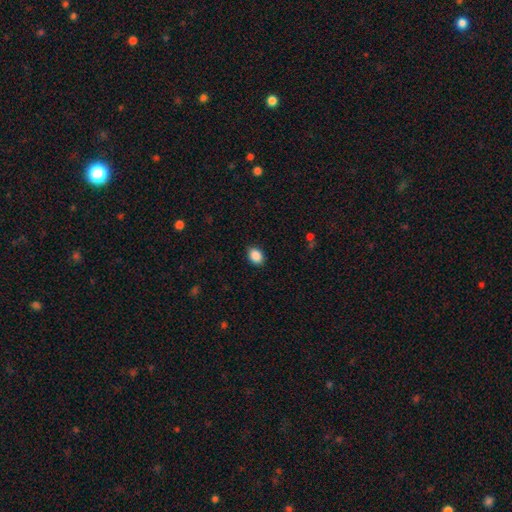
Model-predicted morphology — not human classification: Smooth or featured?
  - smooth: 88% *
  - star or artifact: 8%
  - featured or disk: 3%
How rounded?
  - in between: 66% *
  - round: 33%
  - cigar-shaped: 1%
Merging?
  - none: 88% *
  - minor disturbance: 8%
  - major disturbance: 2%
  - merger: 1%